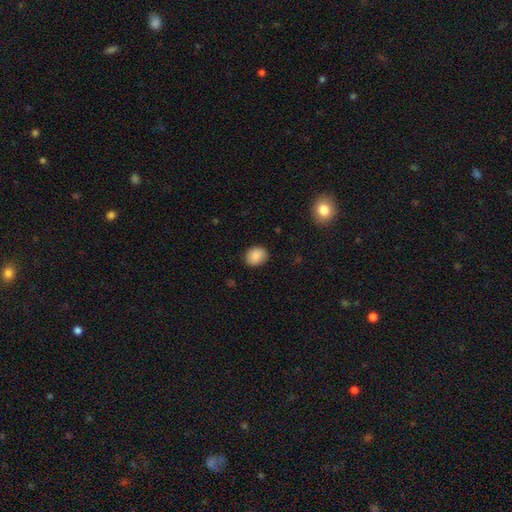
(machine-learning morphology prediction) This is clearly a smooth galaxy (88%). How rounded: possibly round (54%). Merging: clearly none (86%).